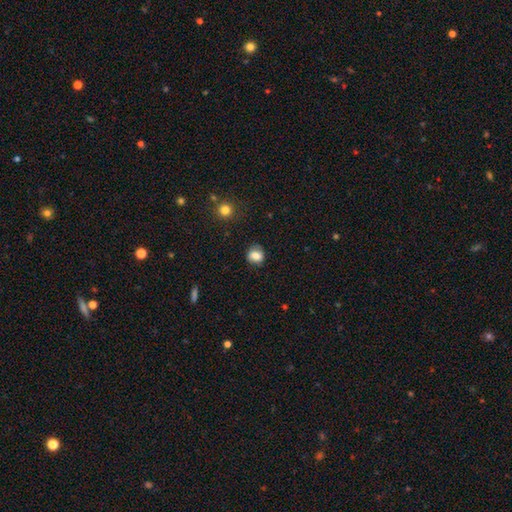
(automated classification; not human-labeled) This is likely a smooth galaxy (78%). How rounded: likely round (72%). Merging: likely none (79%).